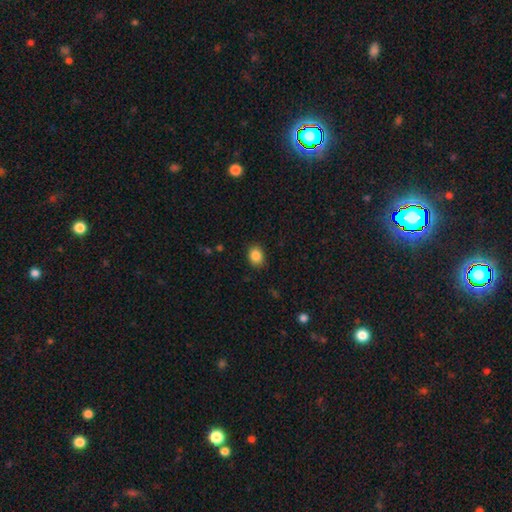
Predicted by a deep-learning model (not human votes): Smooth or featured: smooth — 86% (star or artifact — 9%)
How rounded: in between — 51% (round — 48%)
Merging: none — 87% (minor disturbance — 9%)